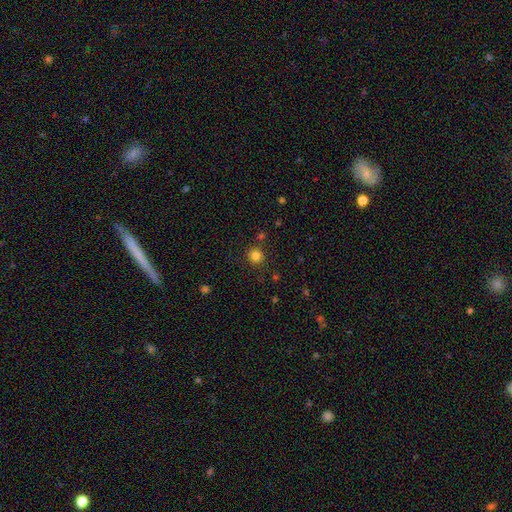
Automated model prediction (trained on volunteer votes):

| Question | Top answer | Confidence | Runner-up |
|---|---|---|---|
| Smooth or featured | smooth | 81% | star or artifact (14%) |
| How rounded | round | 93% | in between (6%) |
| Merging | none | 86% | minor disturbance (8%) |